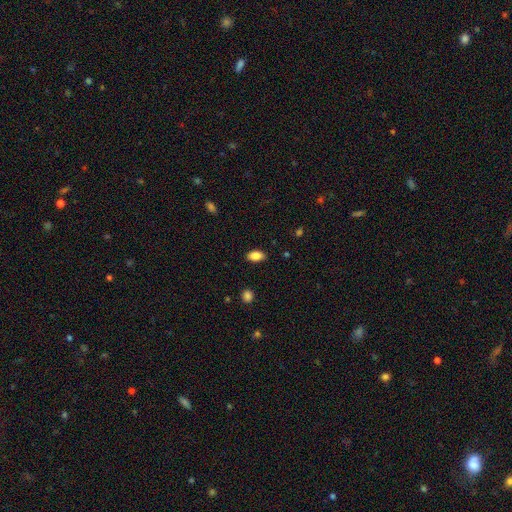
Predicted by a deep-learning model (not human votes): Smooth or featured? smooth (86%)
How rounded? in between (91%)
Merging? none (86%)